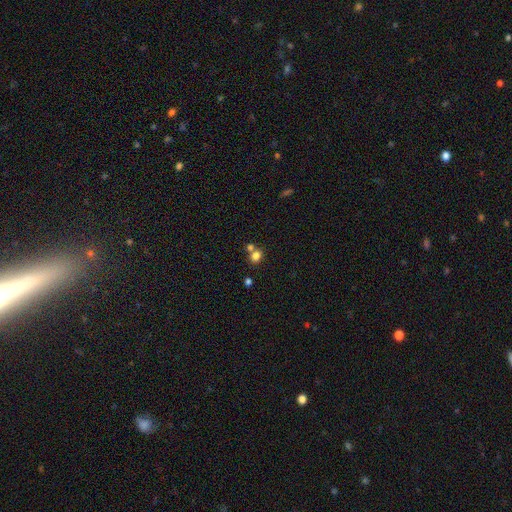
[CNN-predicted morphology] Smooth or featured? Predicted: smooth (p=0.79). How rounded? Predicted: round (p=0.63). Merging? Predicted: none (p=0.55).